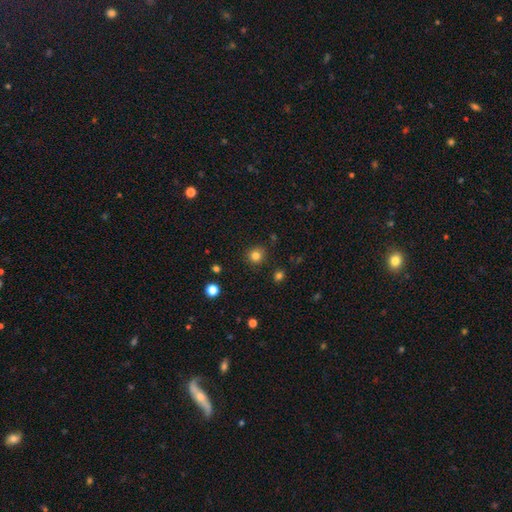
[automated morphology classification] A smooth galaxy with no disk features (82%) that is round (92%). Merging: none (88%).